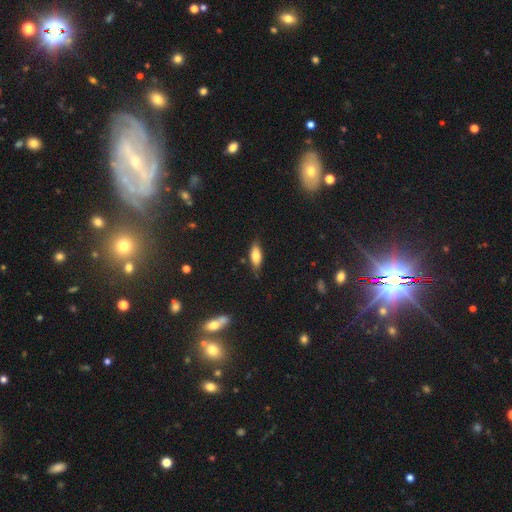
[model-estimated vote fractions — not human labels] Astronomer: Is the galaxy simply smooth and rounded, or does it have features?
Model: smooth — 73%.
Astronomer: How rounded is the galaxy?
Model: in between — 76%.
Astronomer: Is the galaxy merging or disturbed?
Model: none — 78%.